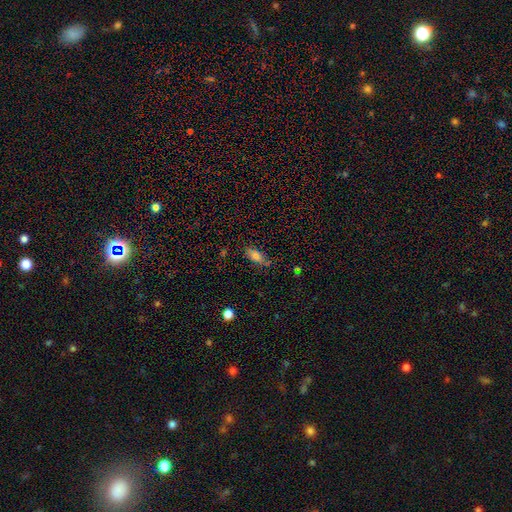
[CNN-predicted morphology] This is likely a smooth galaxy (74%). How rounded: clearly in between (85%). Merging: likely none (72%).